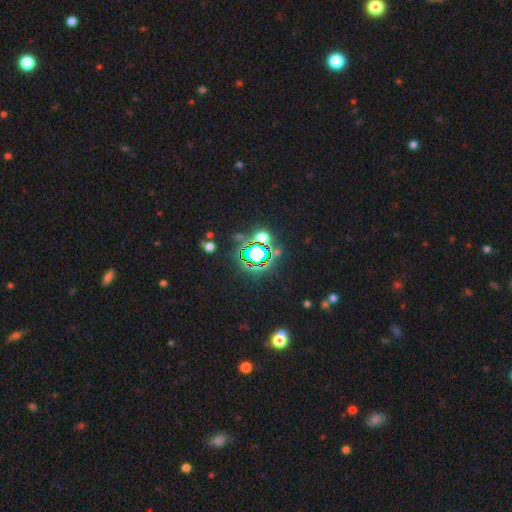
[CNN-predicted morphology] type=star or artifact (74%).